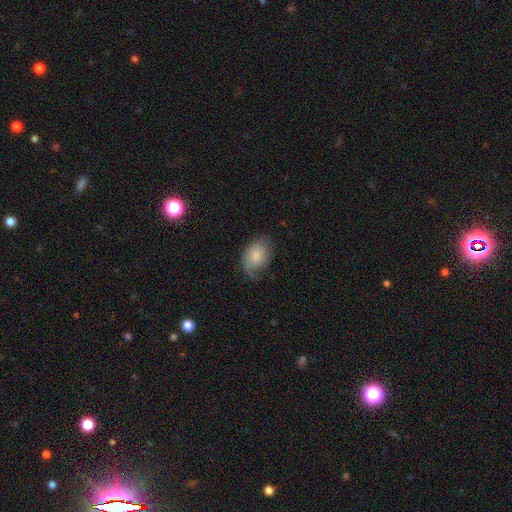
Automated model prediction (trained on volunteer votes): Morphology: type=smooth (67%); roundness=in between (74%); merging=none (54%).